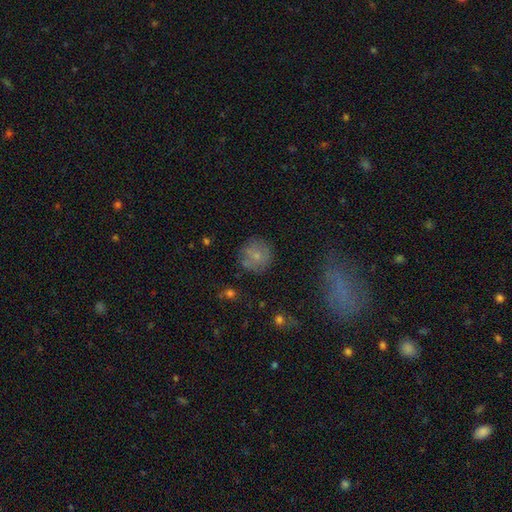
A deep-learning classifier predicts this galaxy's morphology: smooth-or-featured: smooth: 68% | featured or disk: 21% | star or artifact: 11%
  how-rounded: round: 92% | in between: 7% | cigar-shaped: 1%
  merging: none: 71% | minor disturbance: 15% | merger: 8% | major disturbance: 6%